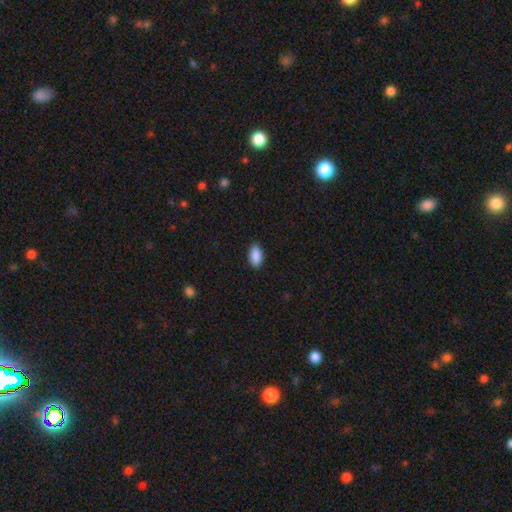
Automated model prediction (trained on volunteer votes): Overall: smooth (90%). How rounded: in between (93%). Merging: none (88%).